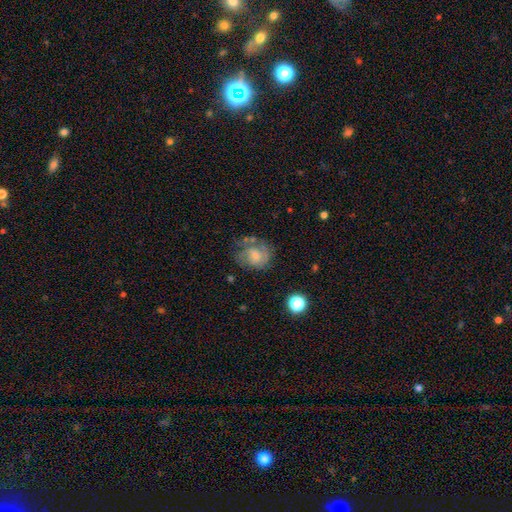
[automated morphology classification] A featured or disk galaxy (51%). Merging: none (47%).